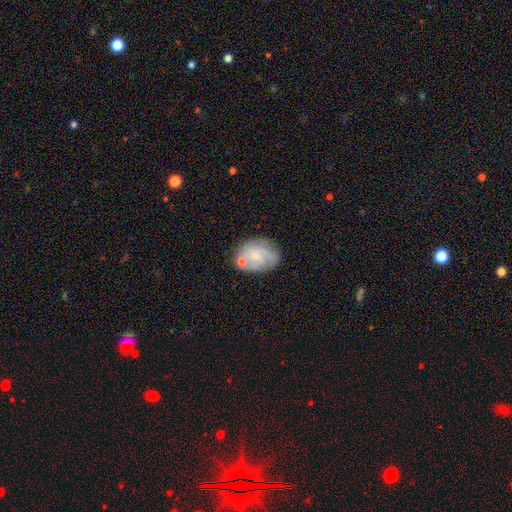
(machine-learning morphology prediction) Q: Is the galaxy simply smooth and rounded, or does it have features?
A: featured or disk — 52%.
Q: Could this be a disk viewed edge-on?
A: no — 97%.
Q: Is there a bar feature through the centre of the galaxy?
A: no — 64%.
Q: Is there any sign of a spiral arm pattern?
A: yes — 75%.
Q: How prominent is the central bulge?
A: small — 54%.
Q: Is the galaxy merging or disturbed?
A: none — 58%.